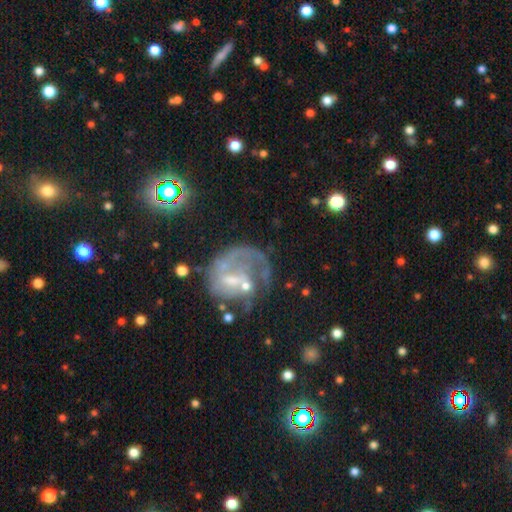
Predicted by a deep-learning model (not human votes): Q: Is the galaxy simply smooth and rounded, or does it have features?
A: featured or disk — 66%.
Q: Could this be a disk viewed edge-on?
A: no — 97%.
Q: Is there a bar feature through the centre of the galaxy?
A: no — 53%.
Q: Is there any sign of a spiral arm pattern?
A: yes — 66%.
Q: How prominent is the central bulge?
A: small — 53%.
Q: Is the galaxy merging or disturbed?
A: none — 40%.